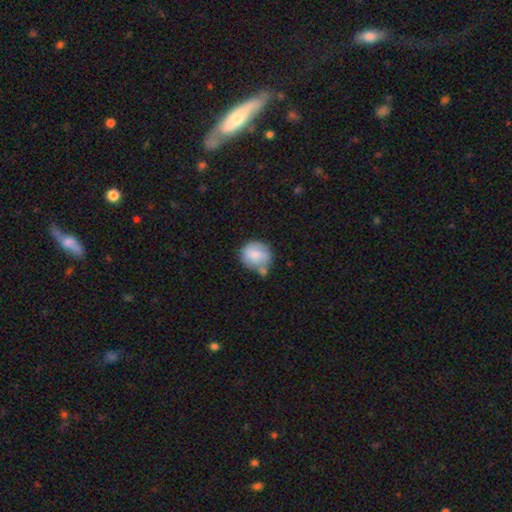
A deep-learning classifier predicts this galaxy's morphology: Smooth or featured? Predicted: smooth (p=0.81). How rounded? Predicted: round (p=0.84). Merging? Predicted: none (p=0.49).